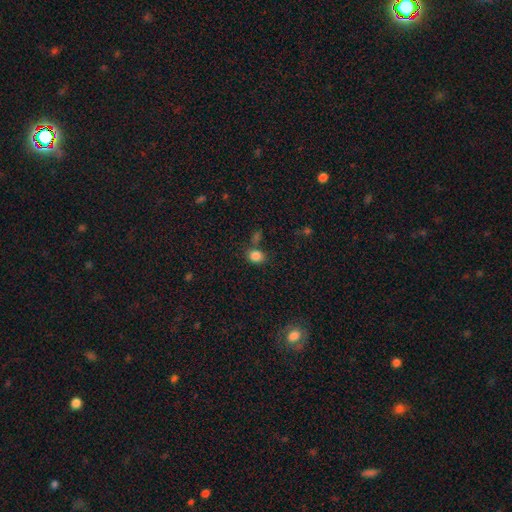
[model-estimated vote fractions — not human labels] Smooth or featured?
  - smooth: 84% *
  - star or artifact: 12%
  - featured or disk: 5%
How rounded?
  - round: 58% *
  - in between: 41%
  - cigar-shaped: 1%
Merging?
  - none: 69% *
  - minor disturbance: 13%
  - merger: 13%
  - major disturbance: 5%